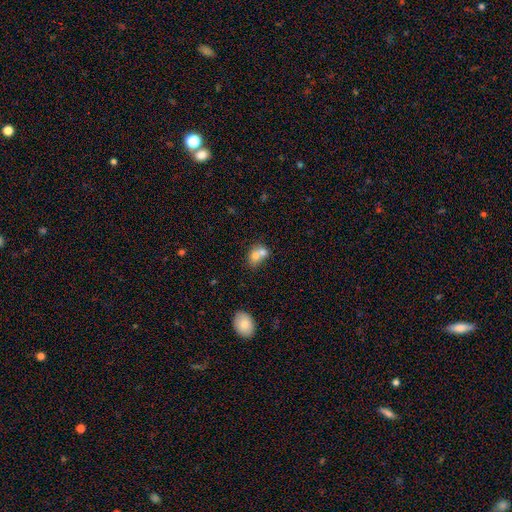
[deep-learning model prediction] The model was most divided on "how rounded": round: 50%, in between: 49%, cigar-shaped: 1%. More confident: smooth or featured — smooth (69%); merging — merger (68%).